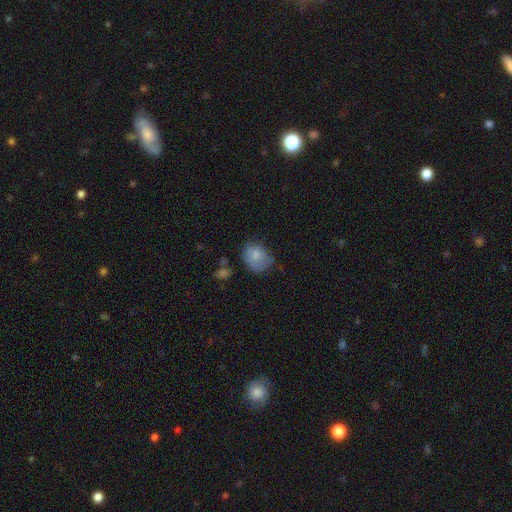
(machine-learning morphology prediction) smooth_or_featured: smooth (p=0.74) [alt: featured or disk p=0.17]
how_rounded: round (p=0.50) [alt: in between p=0.49]
merging: none (p=0.45) [alt: minor disturbance p=0.34]